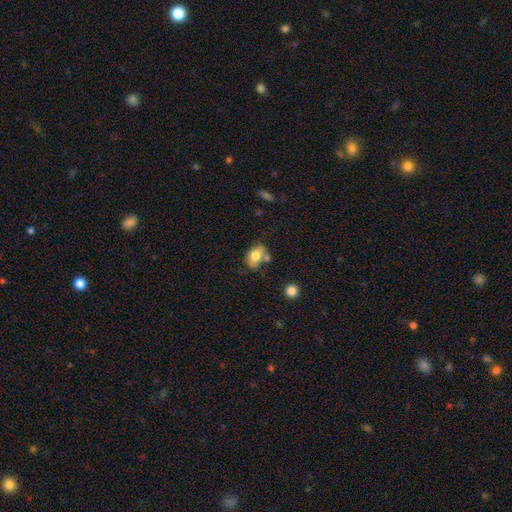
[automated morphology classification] Q: Smooth or featured?
A: smooth (73%); runner-up: featured or disk (19%)
Q: How rounded?
A: in between (82%); runner-up: round (17%)
Q: Merging?
A: none (54%); runner-up: minor disturbance (21%)